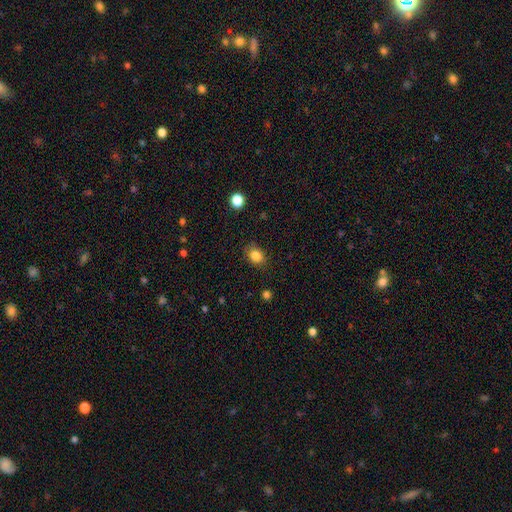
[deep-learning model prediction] smooth-or-featured: smooth: 84% | star or artifact: 11% | featured or disk: 5%
  how-rounded: round: 51% | in between: 48% | cigar-shaped: 1%
  merging: none: 83% | minor disturbance: 13% | major disturbance: 3% | merger: 1%